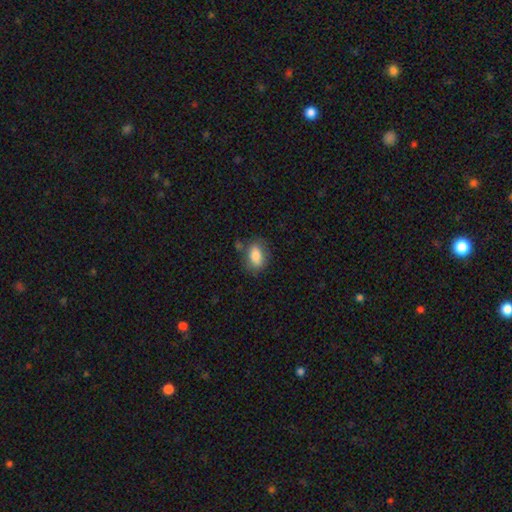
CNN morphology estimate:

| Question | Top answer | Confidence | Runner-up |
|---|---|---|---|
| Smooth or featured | smooth | 81% | featured or disk (12%) |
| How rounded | in between | 85% | round (12%) |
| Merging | none | 70% | minor disturbance (18%) |